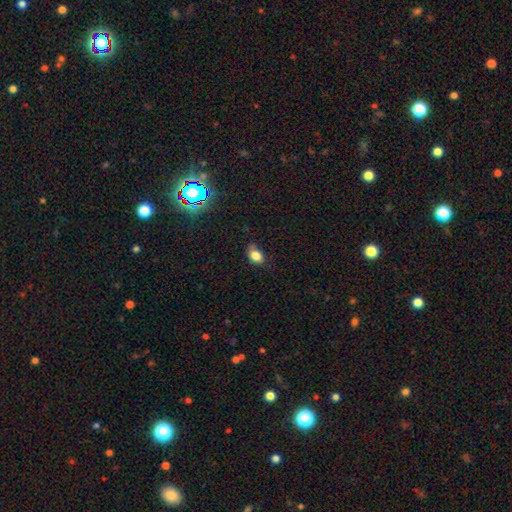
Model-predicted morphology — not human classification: A smooth galaxy with no disk features (81%) that is in between round and cigar-shaped (75%). Merging: none (61%).